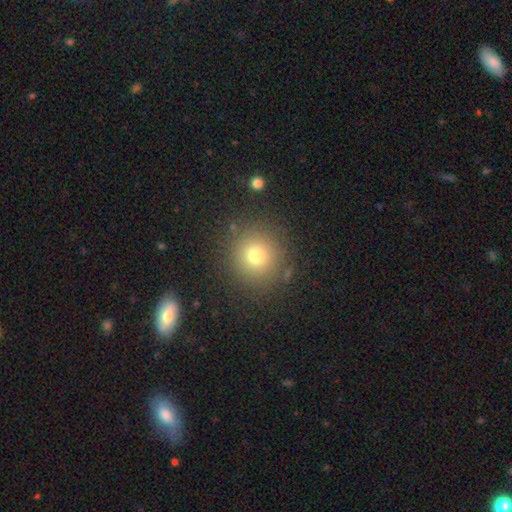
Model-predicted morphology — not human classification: Smooth or featured: smooth — 75% (star or artifact — 16%)
How rounded: round — 92% (in between — 7%)
Merging: none — 86% (minor disturbance — 8%)